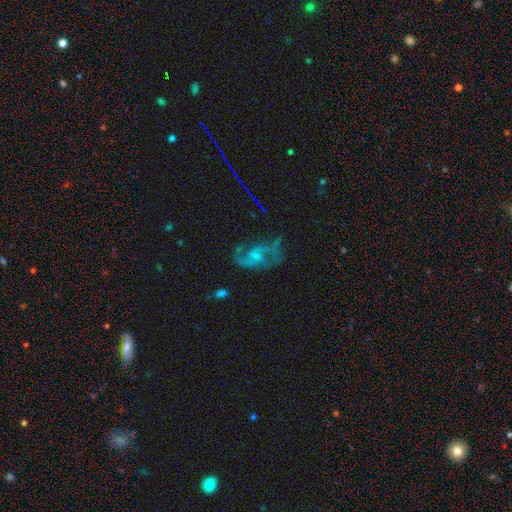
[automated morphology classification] Smooth or featured: featured or disk — 73% (smooth — 14%)
Edge-on disk: no — 96% (yes — 4%)
Bar: no — 56% (weak — 37%)
Spiral arms: yes — 86% (no — 14%)
Spiral winding: loose — 44% (medium — 43%)
Spiral arm count: 2 — 76% (can't tell — 12%)
Bulge size: small — 50% (moderate — 25%)
Merging: none — 54% (major disturbance — 22%)